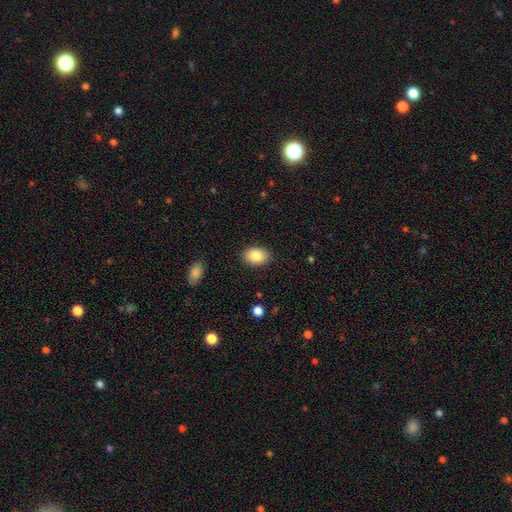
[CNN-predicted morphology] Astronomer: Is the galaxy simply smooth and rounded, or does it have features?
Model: smooth — 85%.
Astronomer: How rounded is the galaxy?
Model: in between — 83%.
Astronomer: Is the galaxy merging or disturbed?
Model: none — 88%.